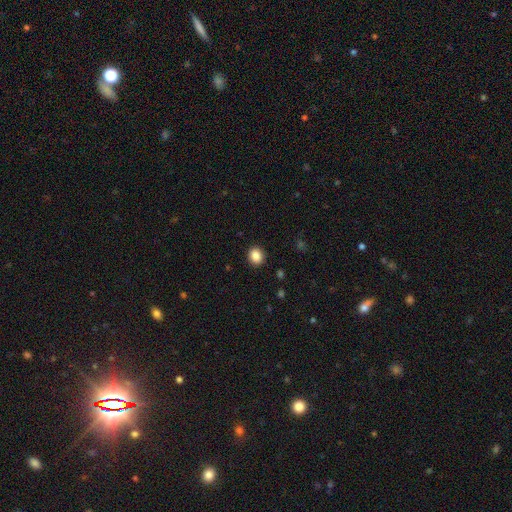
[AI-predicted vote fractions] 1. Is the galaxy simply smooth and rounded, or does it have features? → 87% smooth, 9% star or artifact, 4% featured or disk.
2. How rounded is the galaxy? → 75% round, 24% in between, 1% cigar-shaped.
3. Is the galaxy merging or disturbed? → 91% none, 6% minor disturbance, 2% major disturbance, 1% merger.